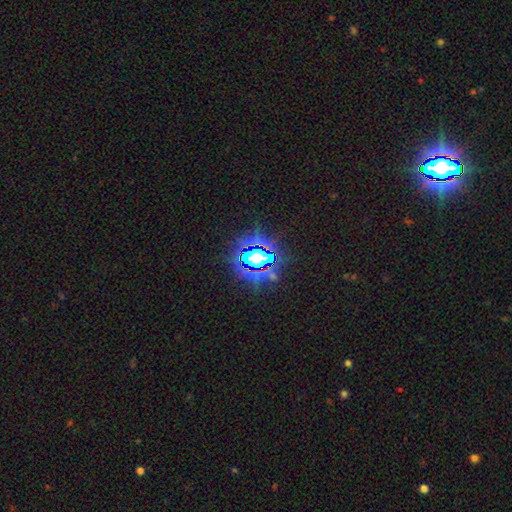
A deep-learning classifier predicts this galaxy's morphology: Smooth or featured? Predicted: star or artifact (p=0.73).